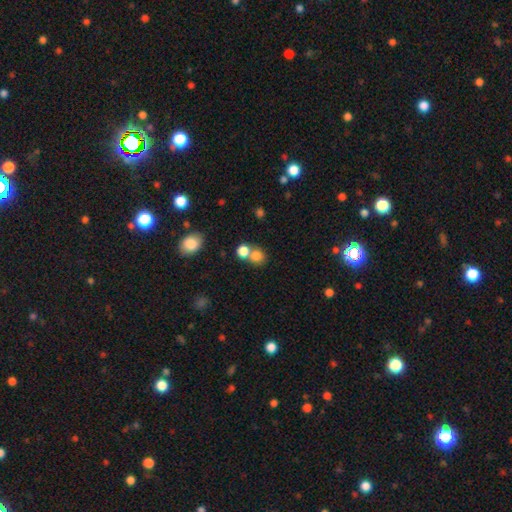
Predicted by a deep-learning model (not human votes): Smooth or featured? smooth (80%)
How rounded? round (75%)
Merging? none (48%)